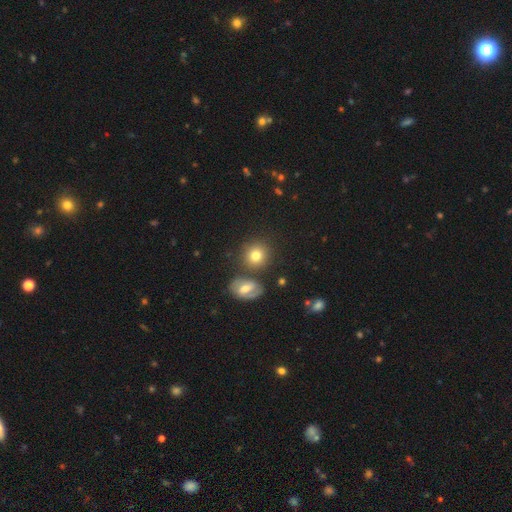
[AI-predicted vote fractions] smooth-or-featured: smooth: 75% | featured or disk: 14% | star or artifact: 10%
  how-rounded: round: 82% | in between: 17% | cigar-shaped: 1%
  merging: none: 72% | merger: 14% | minor disturbance: 11% | major disturbance: 4%